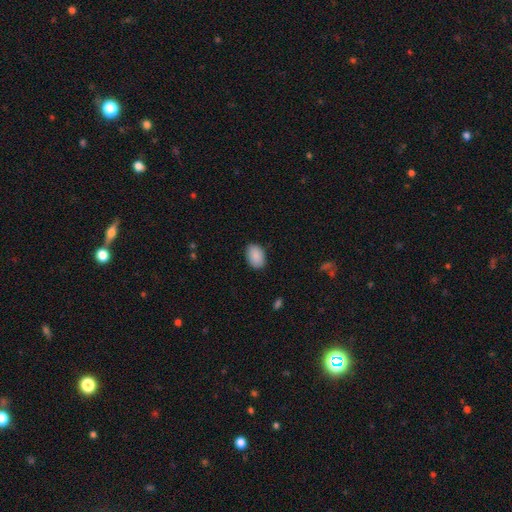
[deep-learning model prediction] Q: Smooth or featured?
A: smooth (90%); runner-up: star or artifact (6%)
Q: How rounded?
A: in between (87%); runner-up: round (12%)
Q: Merging?
A: none (87%); runner-up: minor disturbance (10%)